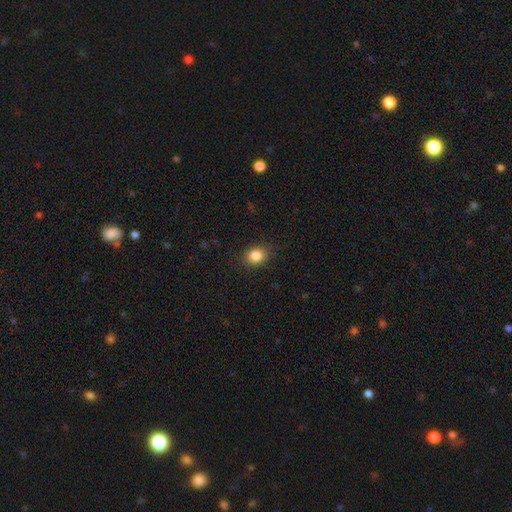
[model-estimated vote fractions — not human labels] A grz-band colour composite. It shows a smooth galaxy with no disk features (85%) that is round (58%). Merging: none (86%).